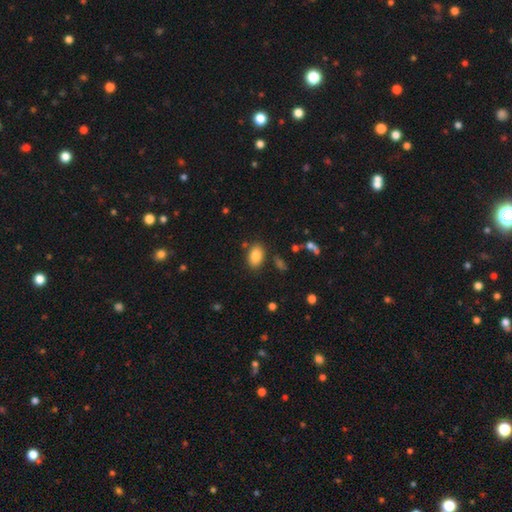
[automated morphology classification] Smooth or featured? Predicted: smooth (p=0.85). How rounded? Predicted: in between (p=0.89). Merging? Predicted: none (p=0.82).